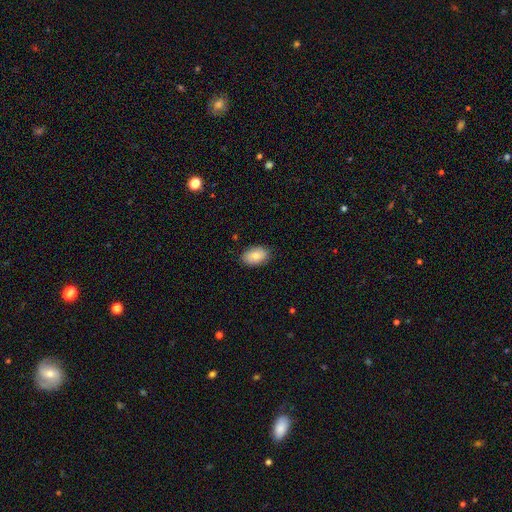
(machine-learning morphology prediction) Smooth or featured? Predicted: smooth (p=0.80). How rounded? Predicted: in between (p=0.90). Merging? Predicted: none (p=0.85).